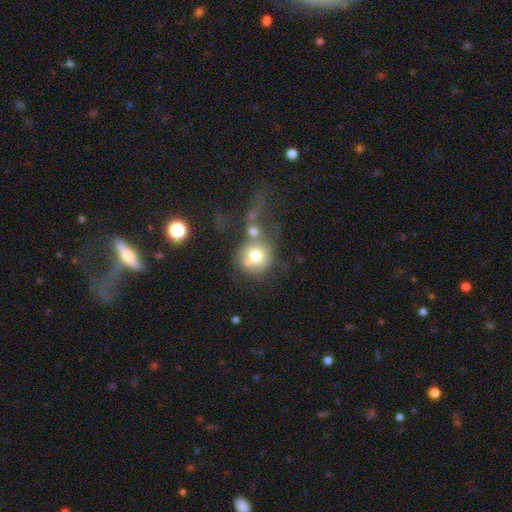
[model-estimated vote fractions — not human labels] Overall: smooth (66%). How rounded: round (85%). Merging: merger (44%; none 30%).